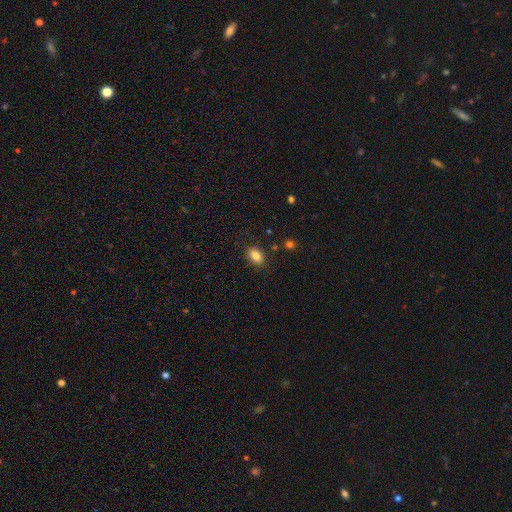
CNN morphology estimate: smooth 84%, star or artifact 9%, featured or disk 6%. Down the decision tree: how rounded — in between (81%); merging — none (85%).